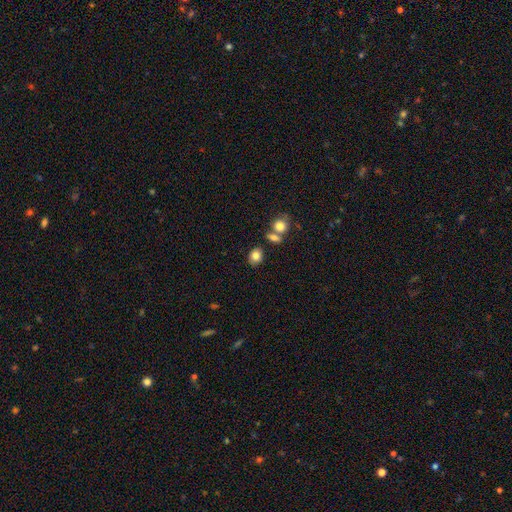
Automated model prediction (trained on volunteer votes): smooth 82%, star or artifact 10%, featured or disk 8%. Down the decision tree: how rounded — in between (50%); merging — none (73%).